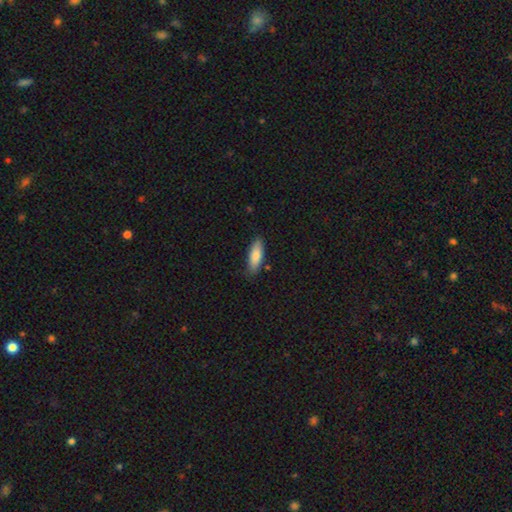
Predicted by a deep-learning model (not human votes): This appears to be a smooth galaxy with no disk features (84%) that is in between round and cigar-shaped (61%). Merging: none (81%).